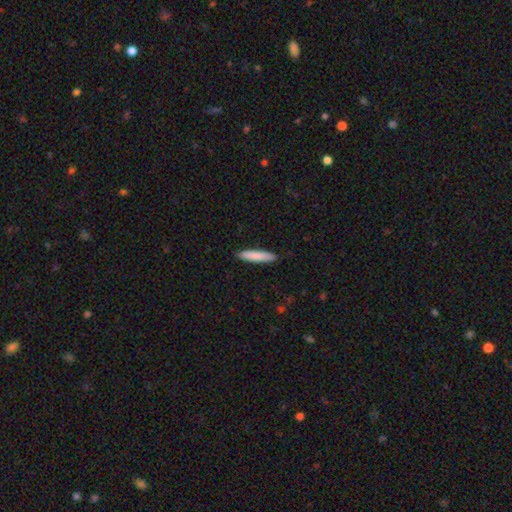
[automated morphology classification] smooth 85%, featured or disk 10%, star or artifact 5%. Down the decision tree: how rounded — cigar-shaped (87%); merging — none (90%).